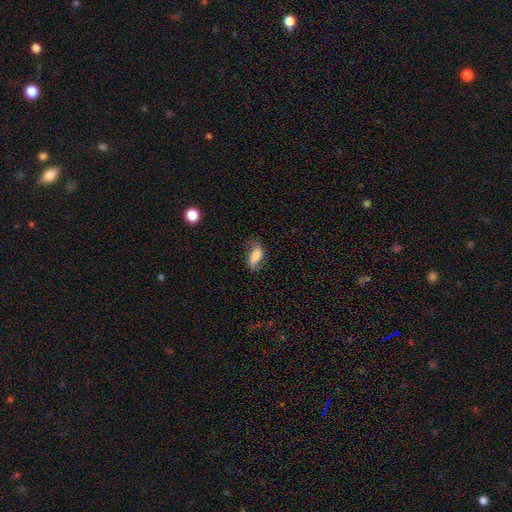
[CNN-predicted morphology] Smooth or featured: smooth — 66% (featured or disk — 26%)
How rounded: in between — 84% (cigar-shaped — 12%)
Merging: none — 64% (minor disturbance — 26%)